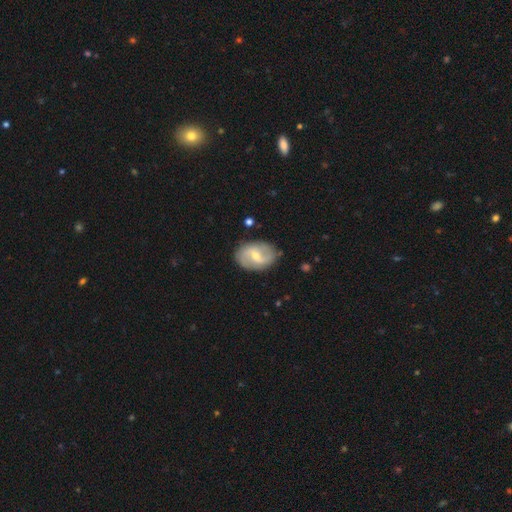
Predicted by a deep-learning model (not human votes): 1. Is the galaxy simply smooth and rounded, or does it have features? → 71% featured or disk, 24% smooth, 5% star or artifact.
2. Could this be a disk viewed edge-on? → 97% no, 3% yes.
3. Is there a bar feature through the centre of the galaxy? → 55% weak, 25% no, 20% strong.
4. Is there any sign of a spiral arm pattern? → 85% yes, 15% no.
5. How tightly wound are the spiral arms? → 45% loose, 38% medium, 17% tight.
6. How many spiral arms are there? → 86% 2, 8% can't tell, 2% 1, 2% 3, 1% 4, 1% more than 4.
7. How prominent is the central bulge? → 49% moderate, 47% small, 2% large, 1% none, 1% dominant.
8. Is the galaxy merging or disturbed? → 81% none, 14% minor disturbance, 4% major disturbance, 2% merger.